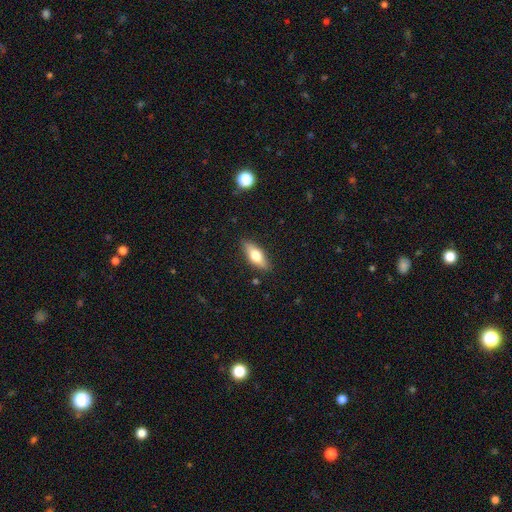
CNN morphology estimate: The model was most divided on "smooth or featured": smooth: 60%, featured or disk: 33%, star or artifact: 7%. More confident: merging — none (87%); how rounded — in between (66%).